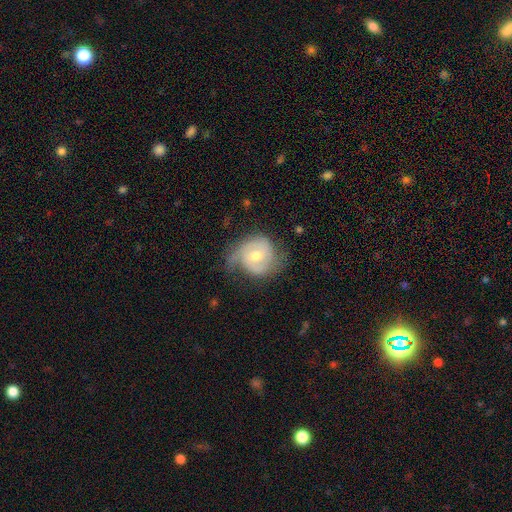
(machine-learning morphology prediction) Smooth or featured? Predicted: featured or disk (p=0.68). Edge-on disk? Predicted: no (p=0.97). Bar? Predicted: no (p=0.69). Spiral arms? Predicted: yes (p=0.85). Spiral winding? Predicted: tight (p=0.48). Spiral arm count? Predicted: 2 (p=0.56). Bulge size? Predicted: moderate (p=0.67). Merging? Predicted: none (p=0.55).